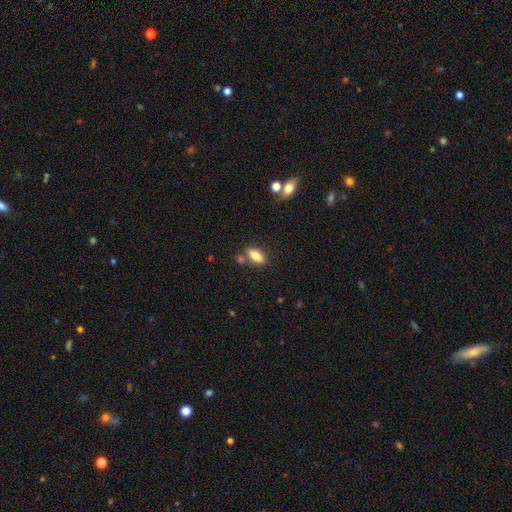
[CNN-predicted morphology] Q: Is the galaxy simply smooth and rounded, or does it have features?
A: smooth — 78%.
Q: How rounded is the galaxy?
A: in between — 82%.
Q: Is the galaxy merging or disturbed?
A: none — 72%.